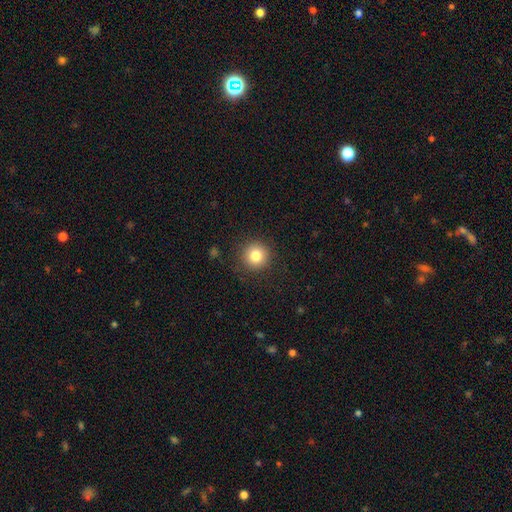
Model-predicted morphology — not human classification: Smooth or featured? smooth (81%)
How rounded? round (95%)
Merging? none (90%)